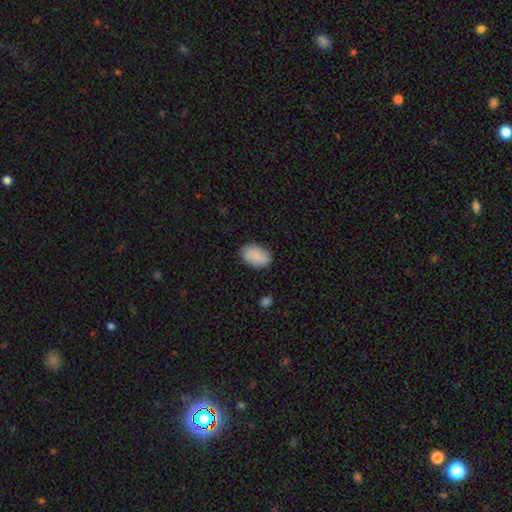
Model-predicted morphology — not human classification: smooth_or_featured: smooth (p=0.83) [alt: featured or disk p=0.11]
how_rounded: in between (p=0.91) [alt: round p=0.07]
merging: none (p=0.85) [alt: minor disturbance p=0.12]